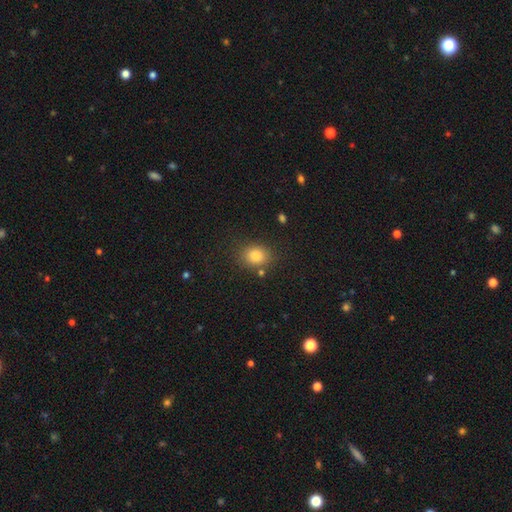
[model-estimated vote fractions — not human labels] A smooth galaxy with no disk features (83%) that is round (51%).

Vote fractions:
- Smooth or featured? smooth: 83% / star or artifact: 11% / featured or disk: 7%
- How rounded? round: 51% / in between: 48% / cigar-shaped: 1%
- Merging? none: 79% / minor disturbance: 12% / merger: 5% / major disturbance: 4%